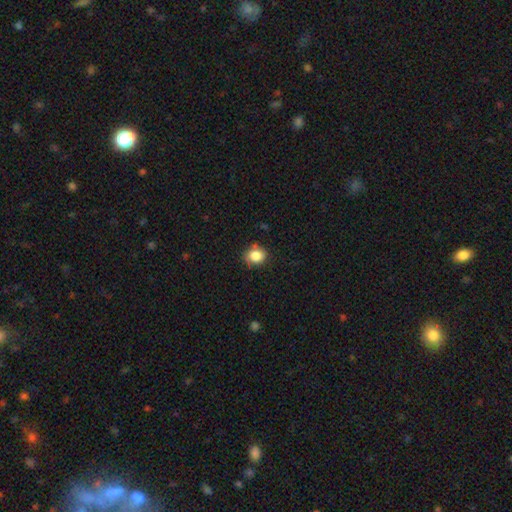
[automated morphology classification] This is clearly a smooth galaxy (85%). How rounded: likely round (67%). Merging: likely none (78%).